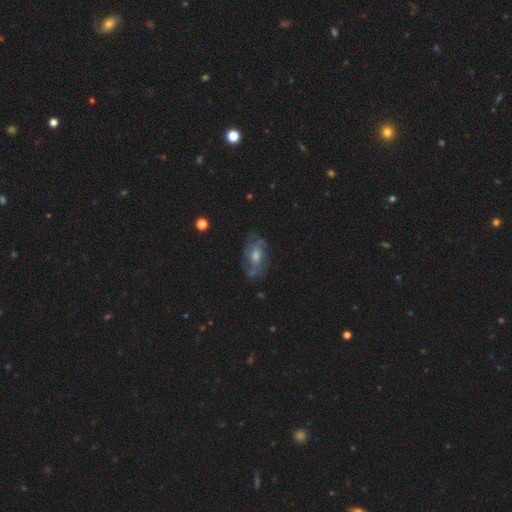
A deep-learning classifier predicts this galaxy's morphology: Smooth or featured? Predicted: featured or disk (p=0.70). Edge-on disk? Predicted: no (p=0.93). Bar? Predicted: no (p=0.62). Spiral arms? Predicted: yes (p=0.84). Spiral winding? Predicted: medium (p=0.43). Spiral arm count? Predicted: can't tell (p=0.39). Bulge size? Predicted: moderate (p=0.59). Merging? Predicted: none (p=0.70).